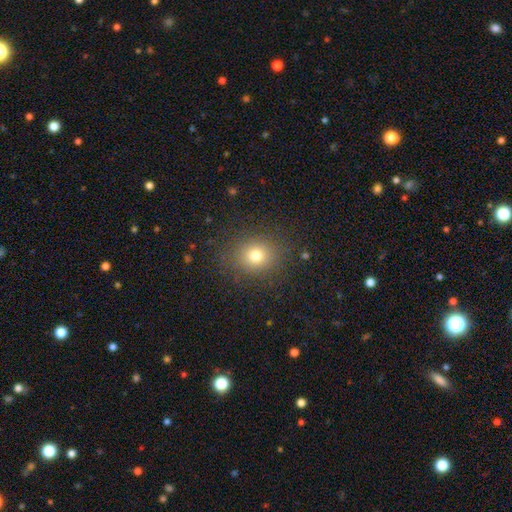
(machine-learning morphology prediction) smooth-or-featured: smooth: 75% | star or artifact: 16% | featured or disk: 9%
  how-rounded: round: 73% | in between: 26% | cigar-shaped: 1%
  merging: none: 86% | minor disturbance: 9% | major disturbance: 4% | merger: 1%